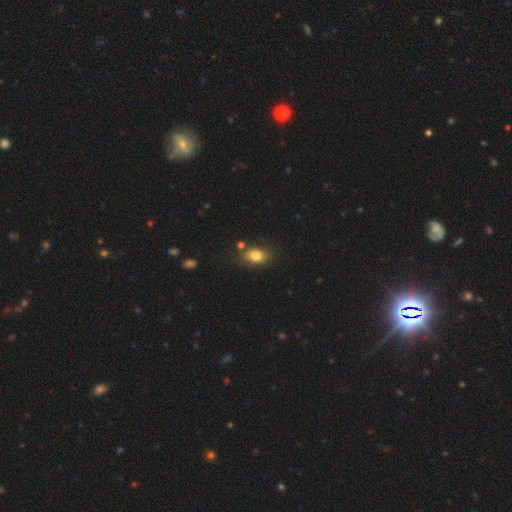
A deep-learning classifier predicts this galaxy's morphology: Q: Smooth or featured?
A: smooth (81%); runner-up: star or artifact (10%)
Q: How rounded?
A: in between (80%); runner-up: round (18%)
Q: Merging?
A: none (76%); runner-up: minor disturbance (14%)